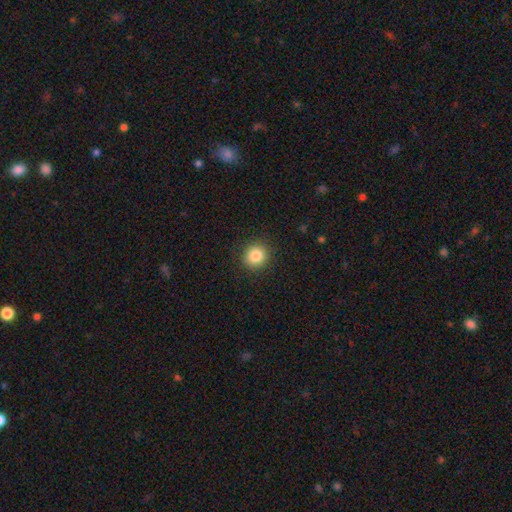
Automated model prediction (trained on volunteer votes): This appears to be a smooth galaxy with no disk features (84%) that is round (89%). Merging: none (90%).